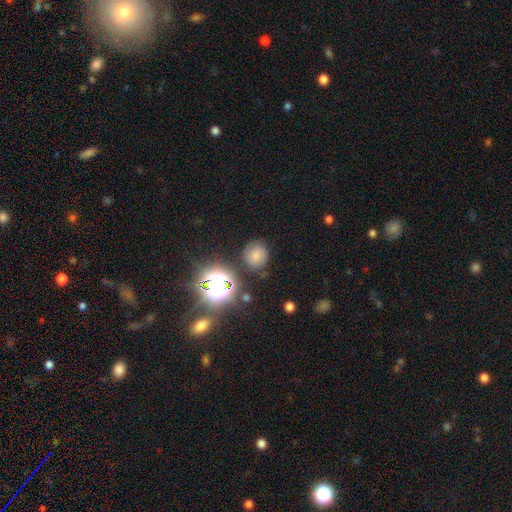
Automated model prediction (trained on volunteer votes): Overall: smooth (68%). How rounded: round (86%). Merging: none (79%).